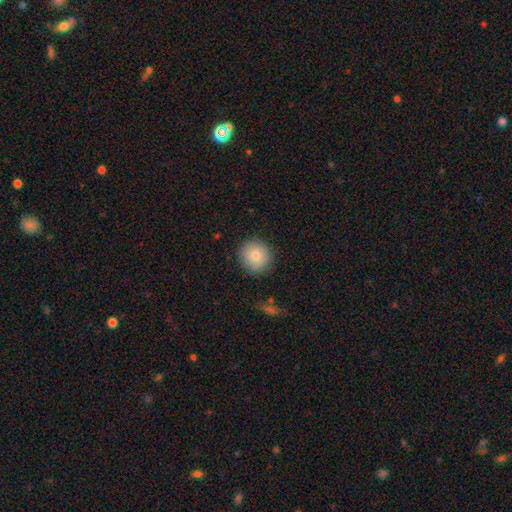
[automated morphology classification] smooth_or_featured: smooth (p=0.80) [alt: featured or disk p=0.10]
how_rounded: round (p=0.92) [alt: in between p=0.07]
merging: none (p=0.87) [alt: minor disturbance p=0.09]